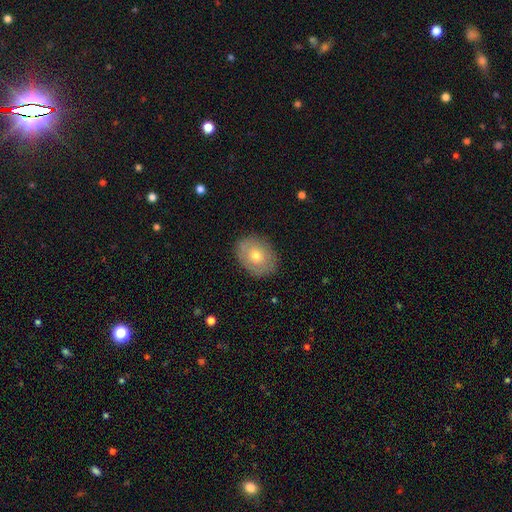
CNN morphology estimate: This appears to be a smooth galaxy with no disk features (63%) that is in between round and cigar-shaped (59%). Merging: none (85%).